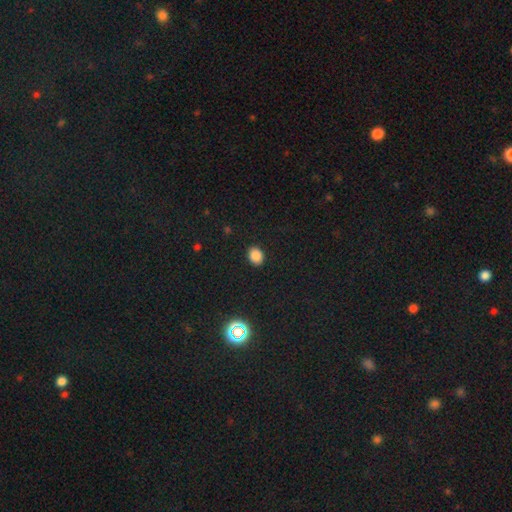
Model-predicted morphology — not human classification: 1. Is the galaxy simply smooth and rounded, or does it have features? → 85% smooth, 12% star or artifact, 4% featured or disk.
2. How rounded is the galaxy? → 53% in between, 46% round, 1% cigar-shaped.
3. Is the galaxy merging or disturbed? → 90% none, 7% minor disturbance, 2% major disturbance, 1% merger.